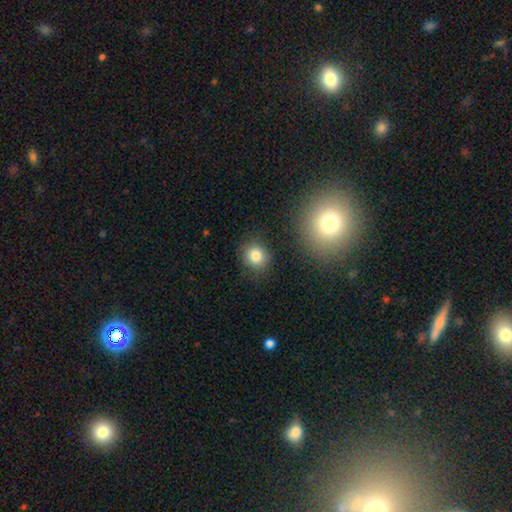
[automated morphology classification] Smooth or featured? smooth (82%)
How rounded? round (81%)
Merging? none (85%)